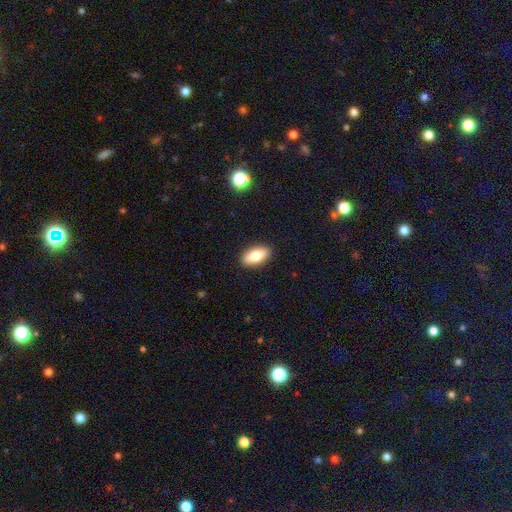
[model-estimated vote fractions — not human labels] This is likely a smooth galaxy (78%). How rounded: clearly in between (88%). Merging: clearly none (90%).